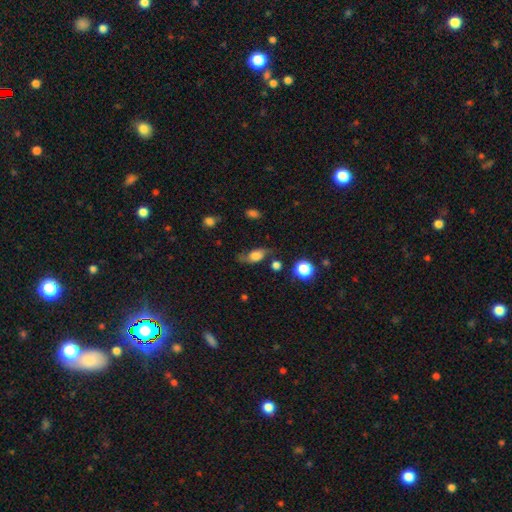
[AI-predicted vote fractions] This is possibly a smooth galaxy (47%). Merging: possibly none (58%).